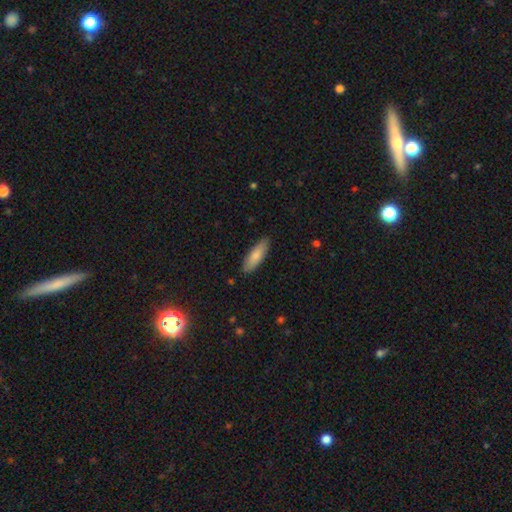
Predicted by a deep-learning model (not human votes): smooth 81%, featured or disk 14%, star or artifact 5%. Down the decision tree: how rounded — in between (55%); merging — none (87%).